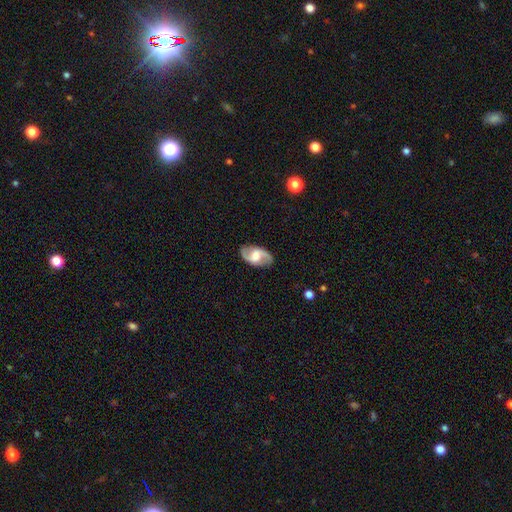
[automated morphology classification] type=featured or disk (78%); edge-on=no (95%); bar=weak (46%); spiral arms=yes (92%); winding=medium (47%); arm count=2 (92%); bulge=moderate (39%); merging=none (84%).